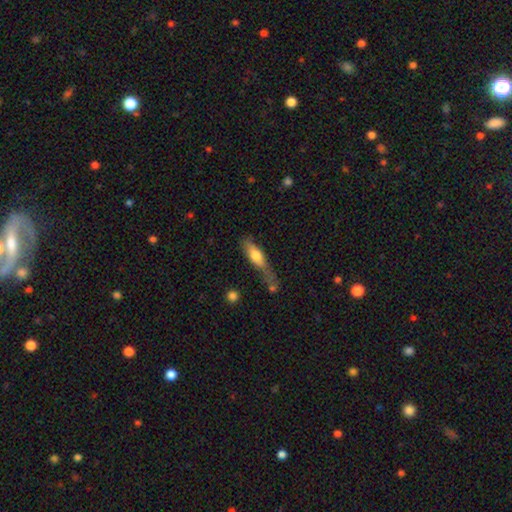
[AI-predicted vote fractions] Smooth or featured? smooth (62%)
How rounded? cigar-shaped (58%)
Merging? none (37%)